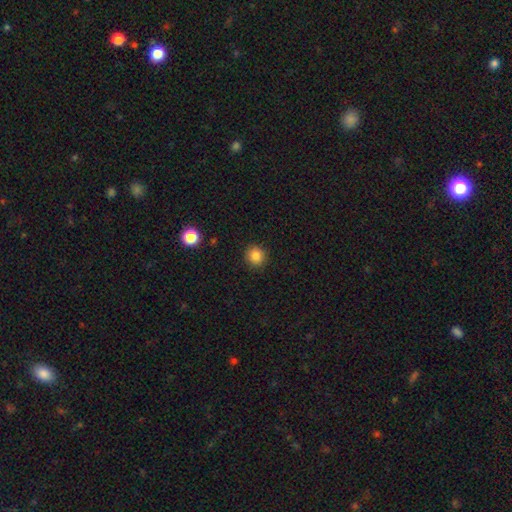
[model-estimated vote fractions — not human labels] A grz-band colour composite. It shows a smooth galaxy with no disk features (84%) that is round (91%). Merging: none (91%).